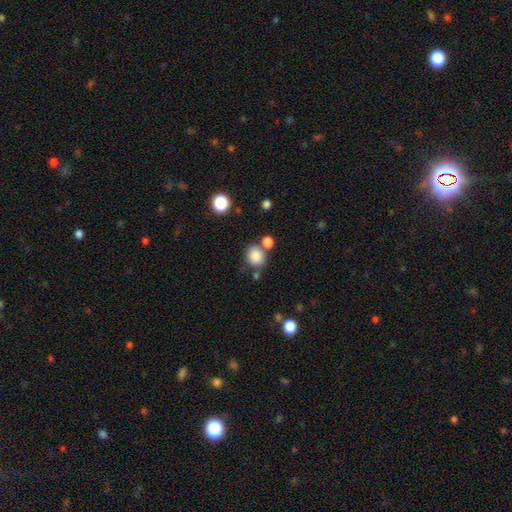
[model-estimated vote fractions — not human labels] Smooth or featured? smooth (85%)
How rounded? round (73%)
Merging? none (67%)